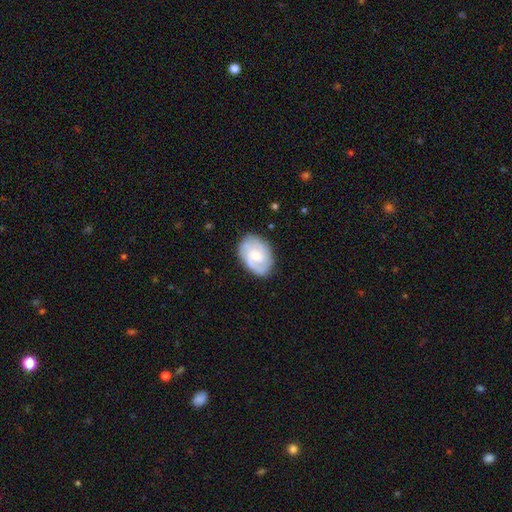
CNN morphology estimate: smooth_or_featured: featured or disk (p=0.68) [alt: smooth p=0.26]
disk_edge_on: no (p=0.97) [alt: yes p=0.03]
bar: no (p=0.61) [alt: weak p=0.34]
has_spiral_arms: yes (p=0.92) [alt: no p=0.08]
spiral_winding: tight (p=0.46) [alt: medium p=0.41]
spiral_arm_count: 2 (p=0.40) [alt: can't tell p=0.24]
bulge_size: moderate (p=0.51) [alt: small p=0.43]
merging: none (p=0.79) [alt: minor disturbance p=0.15]